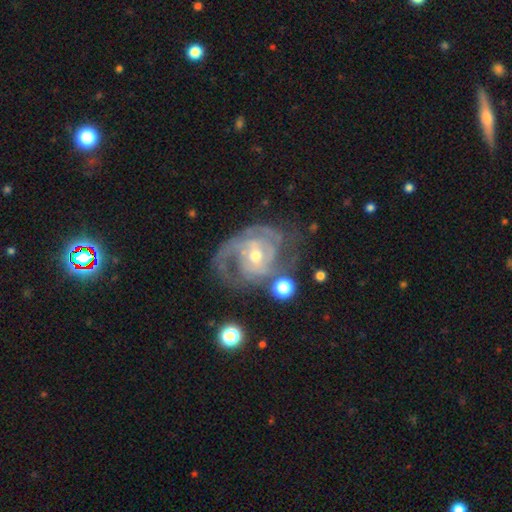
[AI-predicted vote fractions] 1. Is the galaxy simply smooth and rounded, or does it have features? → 87% featured or disk, 7% smooth, 6% star or artifact.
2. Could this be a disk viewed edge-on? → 97% no, 3% yes.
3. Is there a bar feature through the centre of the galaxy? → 54% no, 36% weak, 11% strong.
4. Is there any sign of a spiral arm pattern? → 93% yes, 7% no.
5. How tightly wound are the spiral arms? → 48% tight, 40% medium, 12% loose.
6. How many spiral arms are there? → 38% 2, 25% can't tell, 21% 3, 7% 1, 5% 4, 4% more than 4.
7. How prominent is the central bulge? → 52% moderate, 44% small, 2% large, 1% none, 1% dominant.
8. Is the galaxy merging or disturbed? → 51% none, 22% minor disturbance, 22% major disturbance, 6% merger.